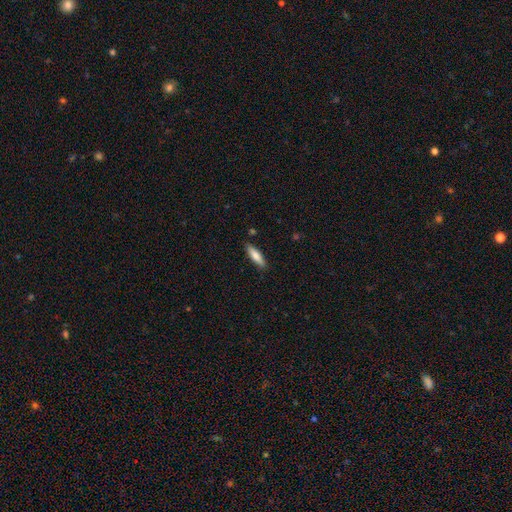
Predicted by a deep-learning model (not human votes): The model was most divided on "how rounded": cigar-shaped: 71%, in between: 28%, round: 2%. More confident: merging — none (87%); smooth or featured — smooth (75%).